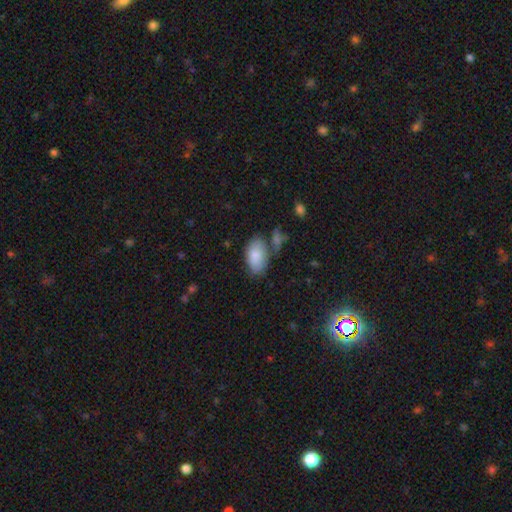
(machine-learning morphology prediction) This appears to be a smooth galaxy with no disk features (83%) that is in between round and cigar-shaped (93%). Merging: none (58%).